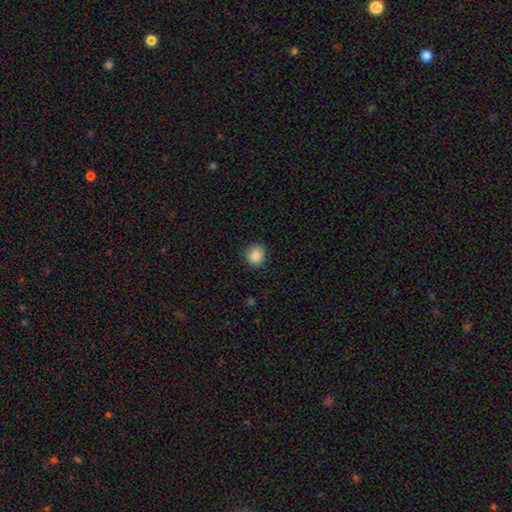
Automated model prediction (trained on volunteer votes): Smooth or featured: smooth — 88% (star or artifact — 9%)
How rounded: round — 86% (in between — 13%)
Merging: none — 84% (minor disturbance — 12%)